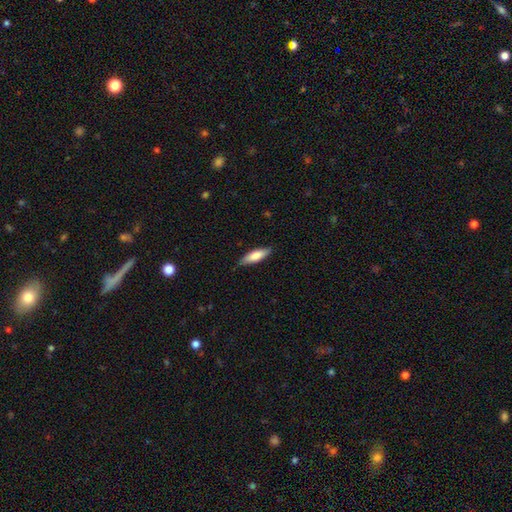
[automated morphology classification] smooth 78%, featured or disk 17%, star or artifact 6%. Down the decision tree: how rounded — cigar-shaped (52%); merging — none (82%).